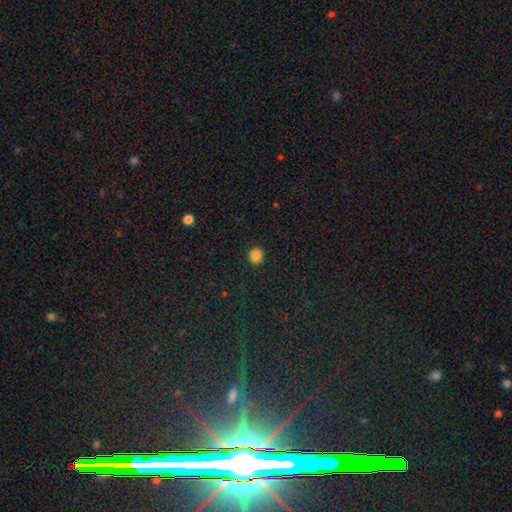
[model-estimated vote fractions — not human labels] smooth_or_featured: smooth (p=0.85) [alt: star or artifact p=0.11]
how_rounded: round (p=0.88) [alt: in between p=0.11]
merging: none (p=0.92) [alt: minor disturbance p=0.05]